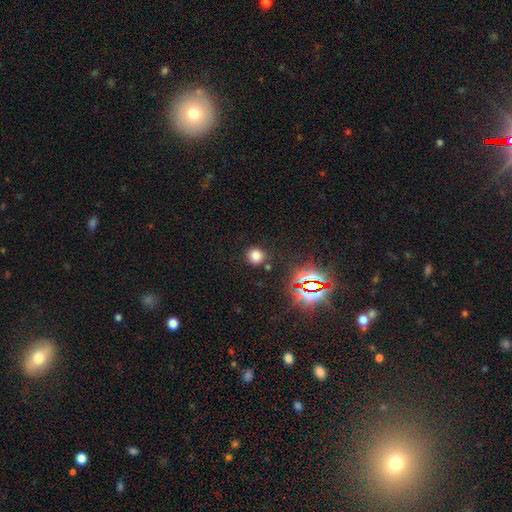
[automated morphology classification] smooth 73%, star or artifact 22%, featured or disk 6%. Down the decision tree: how rounded — round (88%); merging — none (83%).